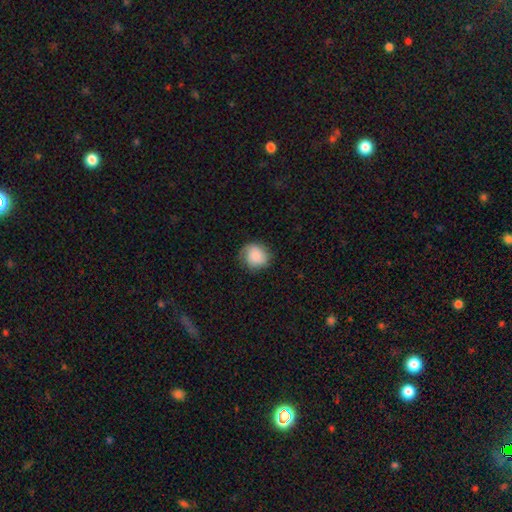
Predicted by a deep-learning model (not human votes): This appears to be a smooth galaxy with no disk features (78%) that is round (80%). Merging: none (71%).